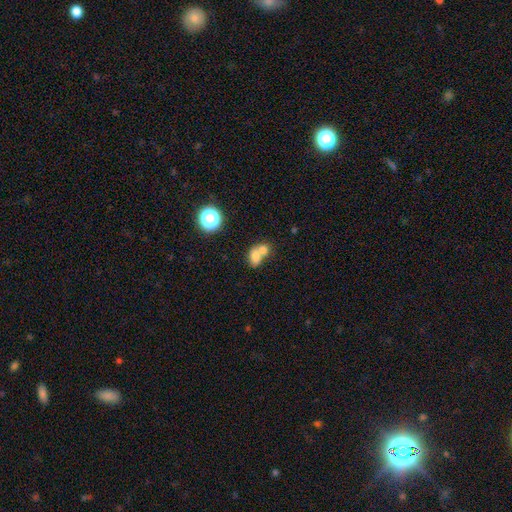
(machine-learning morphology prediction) Smooth or featured? Predicted: smooth (p=0.73). How rounded? Predicted: in between (p=0.65). Merging? Predicted: merger (p=0.68).